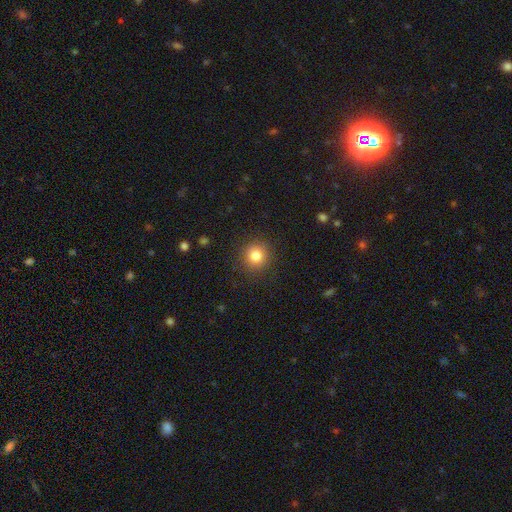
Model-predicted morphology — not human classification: smooth-or-featured: smooth: 82% | star or artifact: 12% | featured or disk: 6%
  how-rounded: round: 90% | in between: 9% | cigar-shaped: 1%
  merging: none: 89% | minor disturbance: 7% | major disturbance: 3% | merger: 1%